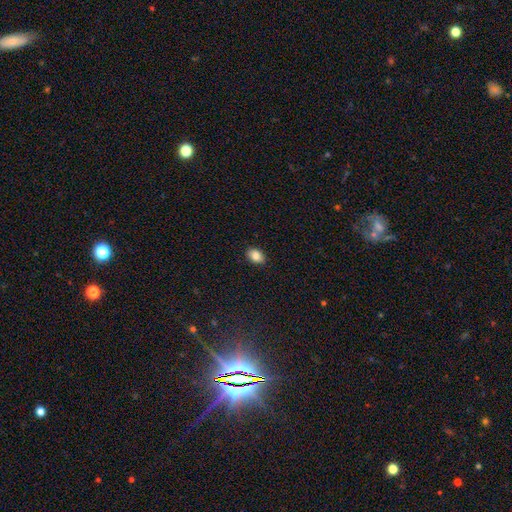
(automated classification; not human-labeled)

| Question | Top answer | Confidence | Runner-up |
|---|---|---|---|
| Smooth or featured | smooth | 86% | star or artifact (8%) |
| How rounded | in between | 83% | round (16%) |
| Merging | none | 89% | minor disturbance (8%) |